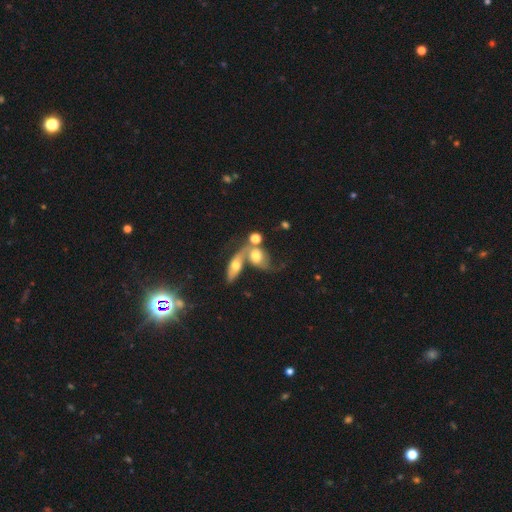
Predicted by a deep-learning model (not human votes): smooth-or-featured: smooth: 46% | featured or disk: 45% | star or artifact: 9%
  merging: merger: 63% | none: 17% | major disturbance: 11% | minor disturbance: 9%